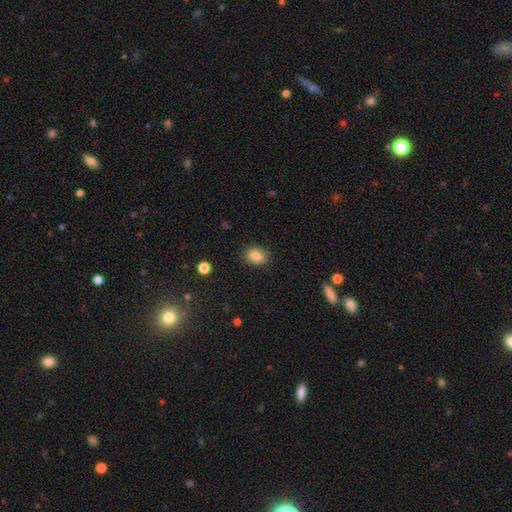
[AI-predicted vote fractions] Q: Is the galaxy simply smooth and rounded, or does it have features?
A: smooth — 85%.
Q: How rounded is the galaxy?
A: in between — 61%.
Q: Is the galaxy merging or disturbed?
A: none — 86%.